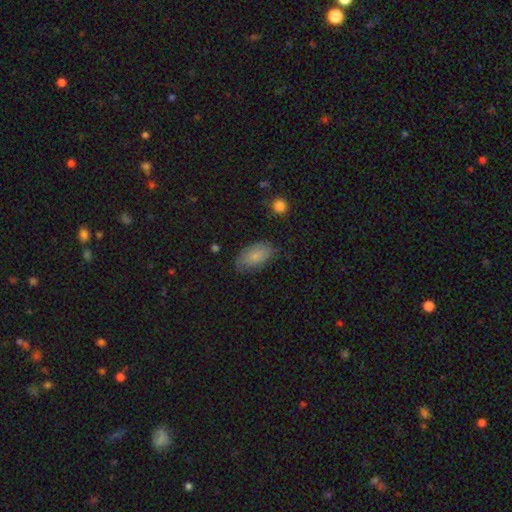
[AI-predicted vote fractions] Smooth or featured? smooth (76%)
How rounded? in between (93%)
Merging? none (67%)